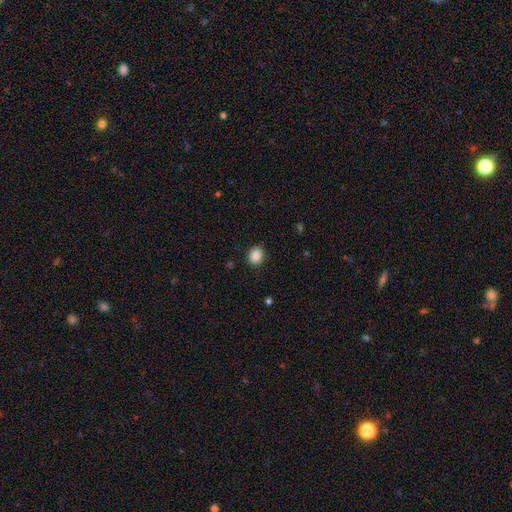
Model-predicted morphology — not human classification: Smooth or featured? Predicted: smooth (p=0.88). How rounded? Predicted: round (p=0.64). Merging? Predicted: none (p=0.88).